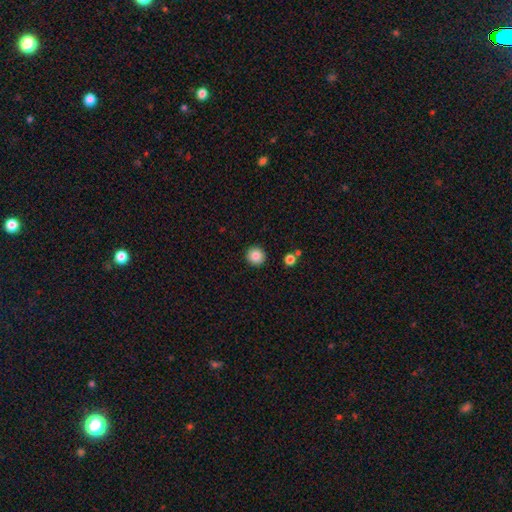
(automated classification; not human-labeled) smooth_or_featured: smooth (p=0.86) [alt: star or artifact p=0.09]
how_rounded: round (p=0.95) [alt: in between p=0.04]
merging: none (p=0.92) [alt: minor disturbance p=0.05]